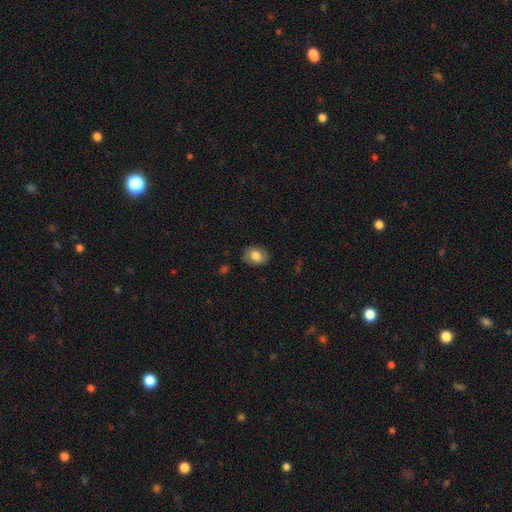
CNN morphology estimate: Q: Smooth or featured?
A: smooth (78%); runner-up: featured or disk (14%)
Q: How rounded?
A: in between (61%); runner-up: round (38%)
Q: Merging?
A: none (82%); runner-up: minor disturbance (14%)